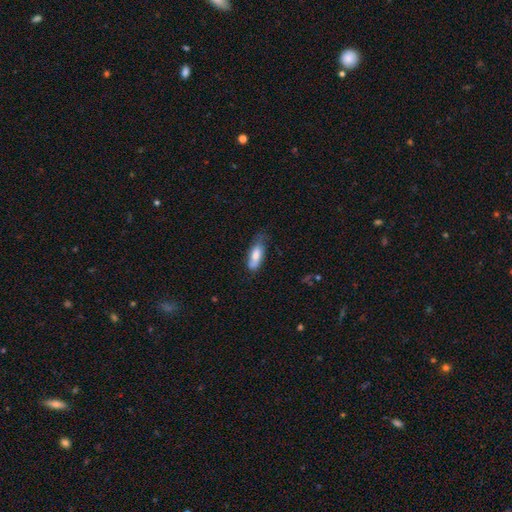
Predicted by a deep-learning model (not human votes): smooth_or_featured: smooth (p=0.73) [alt: featured or disk p=0.21]
how_rounded: in between (p=0.71) [alt: cigar-shaped p=0.27]
merging: none (p=0.48) [alt: minor disturbance p=0.36]